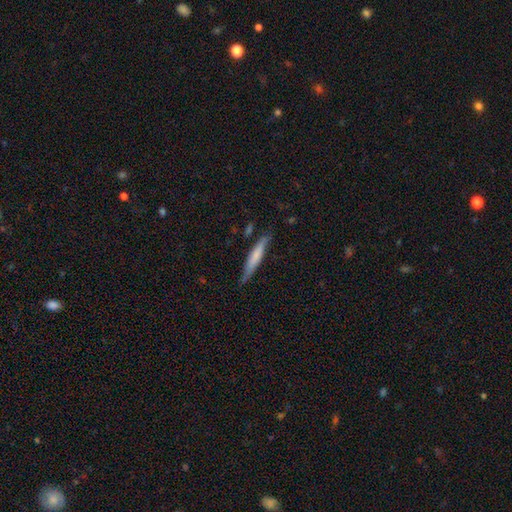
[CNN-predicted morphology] smooth-or-featured: smooth: 61% | featured or disk: 33% | star or artifact: 5%
  how-rounded: cigar-shaped: 93% | in between: 6% | round: 1%
  merging: none: 77% | minor disturbance: 18% | major disturbance: 3% | merger: 2%